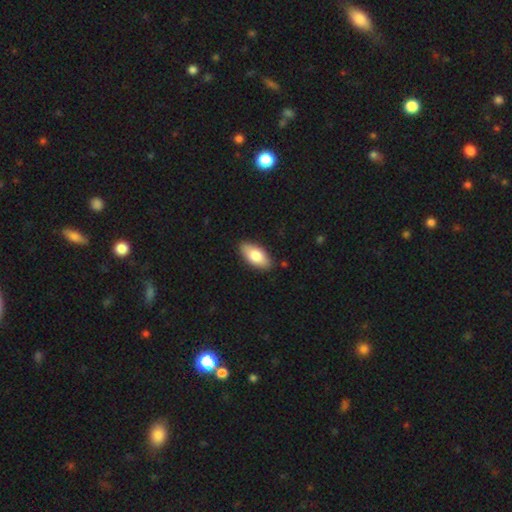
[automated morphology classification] Smooth or featured: smooth — 80% (featured or disk — 14%)
How rounded: in between — 91% (cigar-shaped — 7%)
Merging: none — 87% (minor disturbance — 10%)